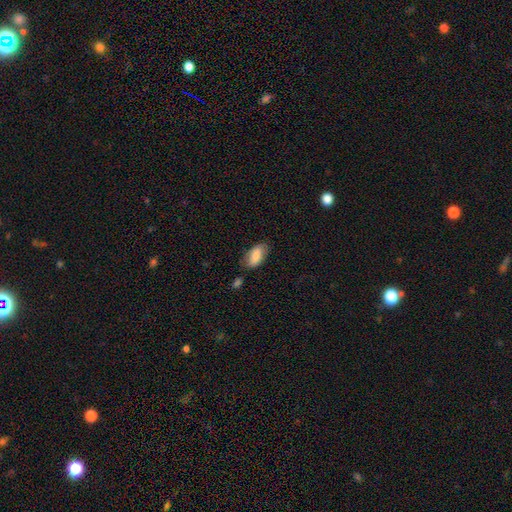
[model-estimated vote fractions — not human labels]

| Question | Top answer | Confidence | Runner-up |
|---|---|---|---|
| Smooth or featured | smooth | 81% | featured or disk (12%) |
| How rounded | in between | 92% | cigar-shaped (5%) |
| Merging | none | 69% | minor disturbance (21%) |